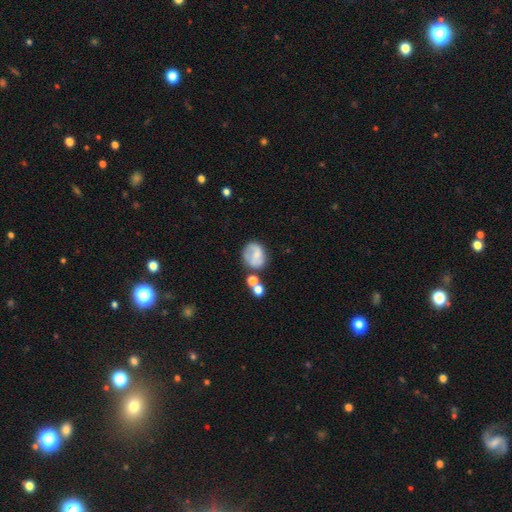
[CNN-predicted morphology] Smooth or featured?
  - smooth: 55% *
  - featured or disk: 35%
  - star or artifact: 10%
How rounded?
  - round: 58% *
  - in between: 40%
  - cigar-shaped: 1%
Merging?
  - none: 46% *
  - minor disturbance: 24%
  - merger: 17%
  - major disturbance: 13%